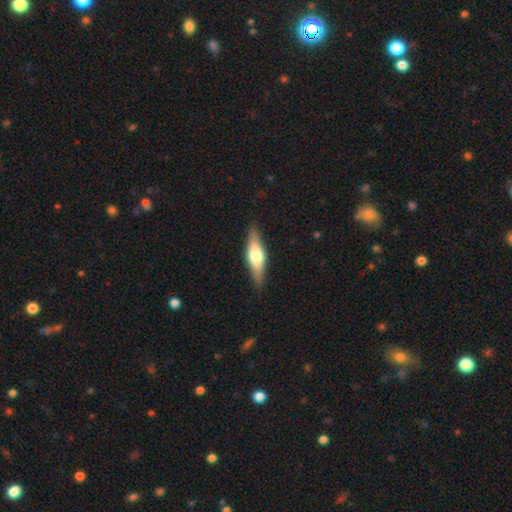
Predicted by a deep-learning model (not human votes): Smooth or featured? Predicted: featured or disk (p=0.49). Merging? Predicted: none (p=0.87).